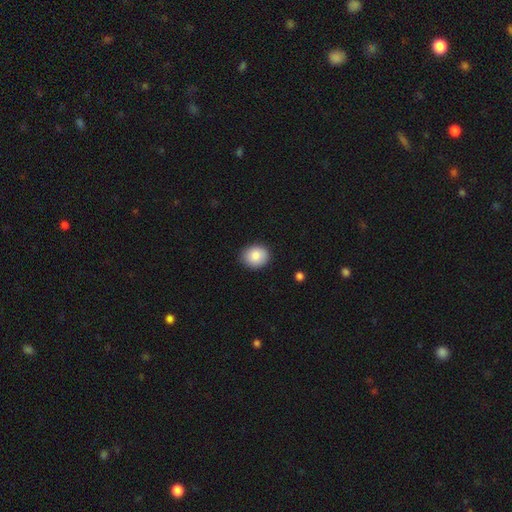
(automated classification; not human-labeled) A smooth galaxy with no disk features (86%) that is round (63%). Merging: none (88%).